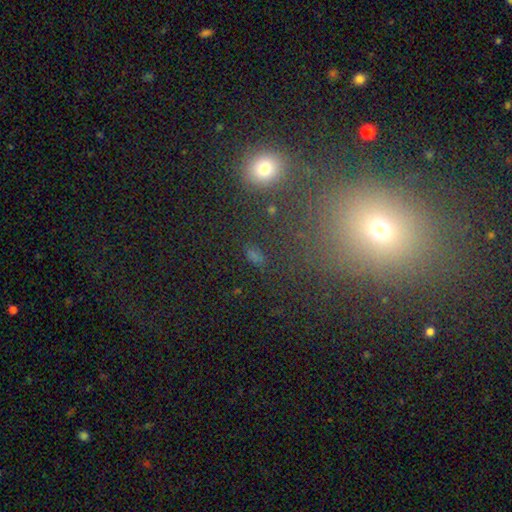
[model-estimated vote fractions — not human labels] A smooth galaxy with no disk features (56%) that is in between round and cigar-shaped (70%).

Vote fractions:
- Smooth or featured? smooth: 56% / star or artifact: 32% / featured or disk: 12%
- How rounded? in between: 70% / round: 20% / cigar-shaped: 10%
- Merging? none: 78% / minor disturbance: 11% / major disturbance: 6% / merger: 5%